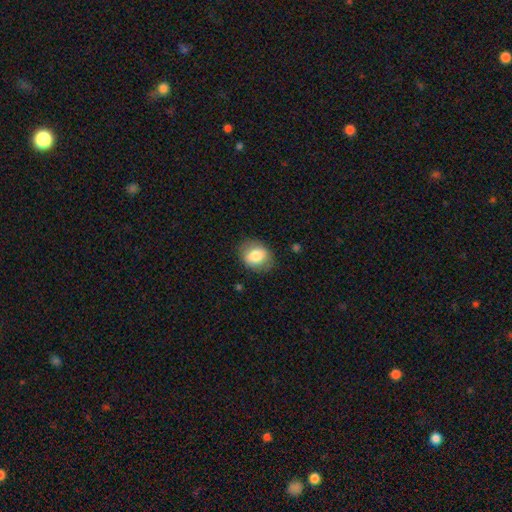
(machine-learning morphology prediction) Smooth or featured: smooth — 77% (featured or disk — 15%)
How rounded: in between — 56% (round — 43%)
Merging: none — 81% (minor disturbance — 14%)